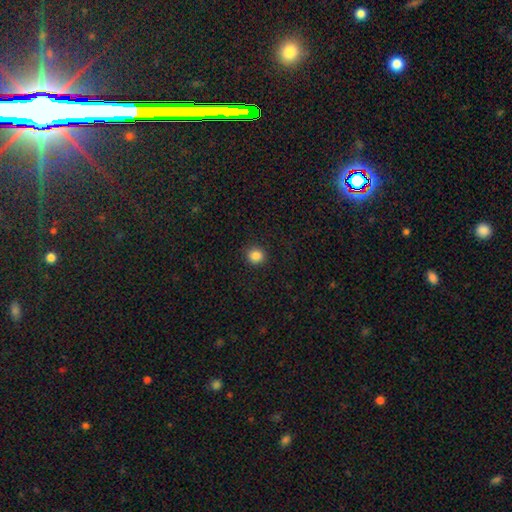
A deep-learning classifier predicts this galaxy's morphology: Smooth or featured?
  - smooth: 86% *
  - star or artifact: 11%
  - featured or disk: 4%
How rounded?
  - round: 91% *
  - in between: 8%
  - cigar-shaped: 1%
Merging?
  - none: 91% *
  - minor disturbance: 6%
  - major disturbance: 2%
  - merger: 1%